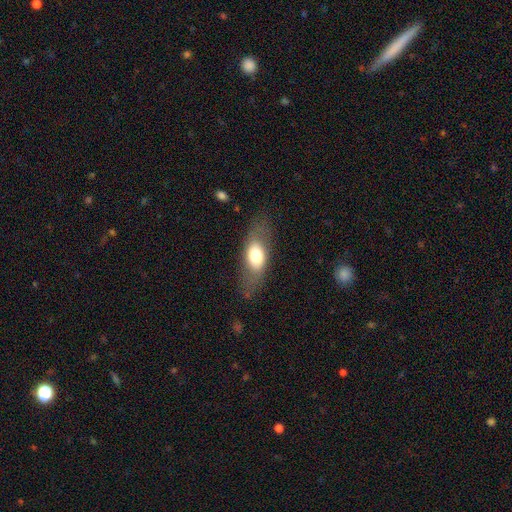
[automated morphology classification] Smooth or featured? Predicted: smooth (p=0.62). How rounded? Predicted: in between (p=0.80). Merging? Predicted: none (p=0.74).